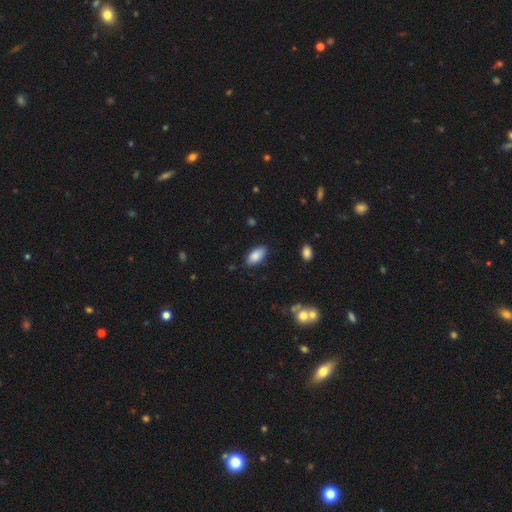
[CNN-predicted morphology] A smooth galaxy with no disk features (86%) that is in between round and cigar-shaped (91%). Merging: none (84%).